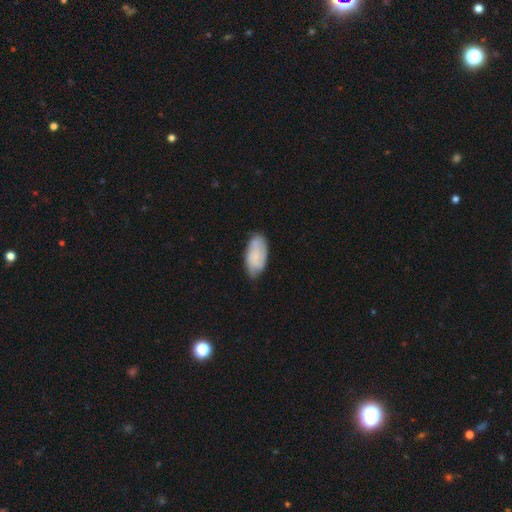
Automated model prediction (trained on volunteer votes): smooth_or_featured: smooth (p=0.66) [alt: featured or disk p=0.27]
how_rounded: in between (p=0.92) [alt: cigar-shaped p=0.06]
merging: none (p=0.67) [alt: minor disturbance p=0.26]